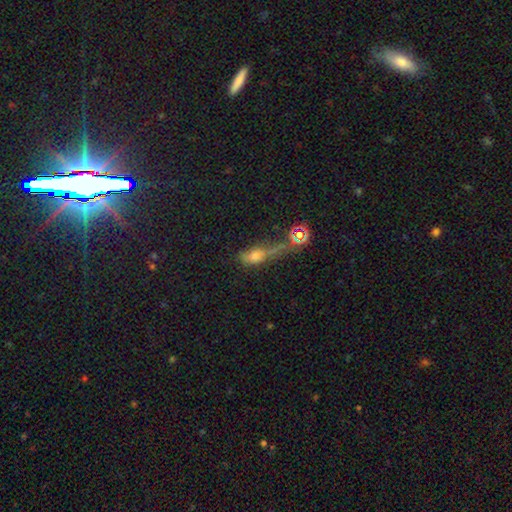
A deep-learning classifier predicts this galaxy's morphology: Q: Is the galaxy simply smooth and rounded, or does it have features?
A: smooth — 49%.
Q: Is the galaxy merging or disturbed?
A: major disturbance — 32%.